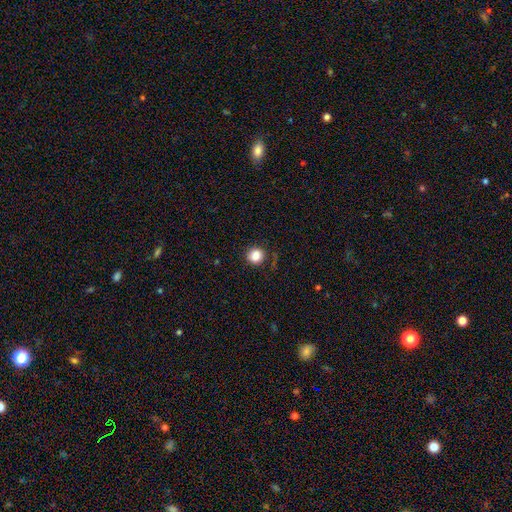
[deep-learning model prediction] This appears to be a smooth galaxy with no disk features (84%) that is round (88%). Merging: none (83%).